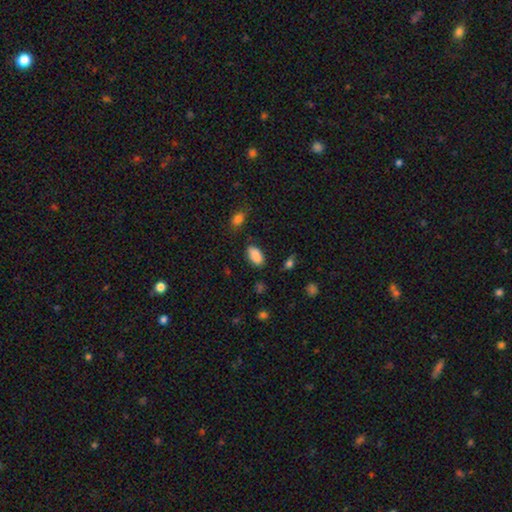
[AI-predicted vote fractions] smooth-or-featured: smooth: 88% | star or artifact: 8% | featured or disk: 4%
  how-rounded: in between: 94% | round: 3% | cigar-shaped: 3%
  merging: none: 82% | minor disturbance: 13% | major disturbance: 3% | merger: 2%